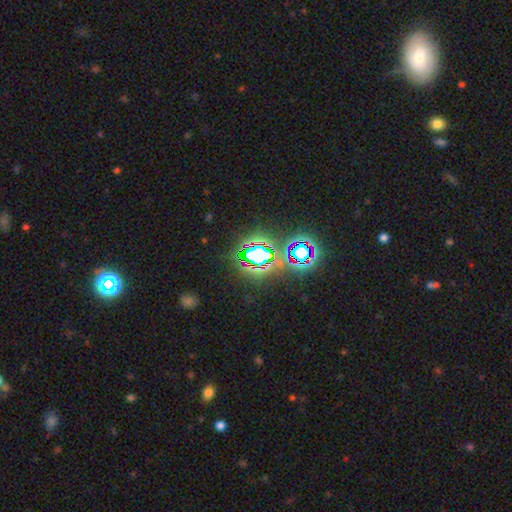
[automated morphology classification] Overall: star or artifact (75%).